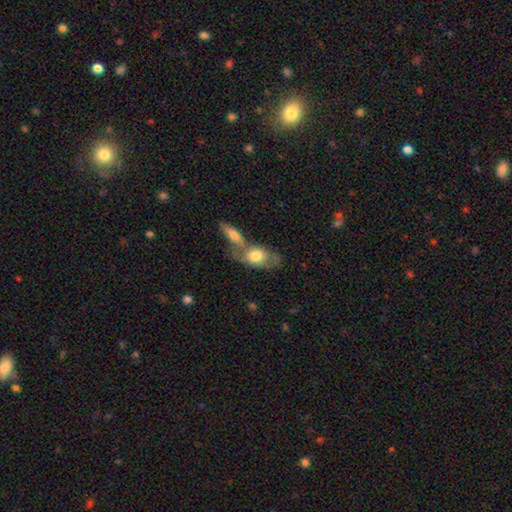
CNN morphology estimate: smooth-or-featured: smooth: 65% | featured or disk: 30% | star or artifact: 6%
  how-rounded: in between: 85% | round: 8% | cigar-shaped: 7%
  merging: merger: 52% | none: 32% | minor disturbance: 10% | major disturbance: 5%